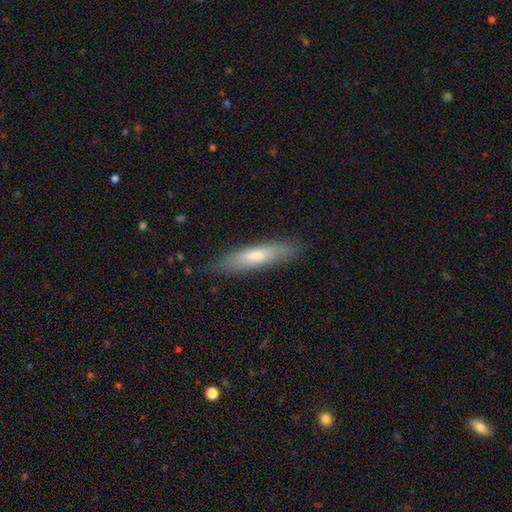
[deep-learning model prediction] This appears to be a smooth galaxy with no disk features (67%) that is cigar-shaped (77%). Merging: none (83%).